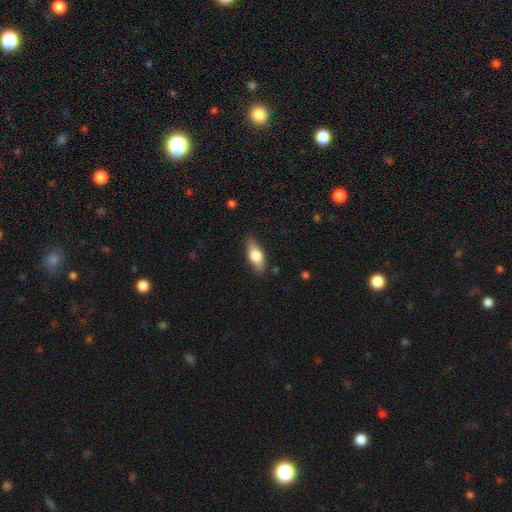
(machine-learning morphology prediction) Smooth or featured? Predicted: smooth (p=0.66). How rounded? Predicted: in between (p=0.77). Merging? Predicted: none (p=0.84).